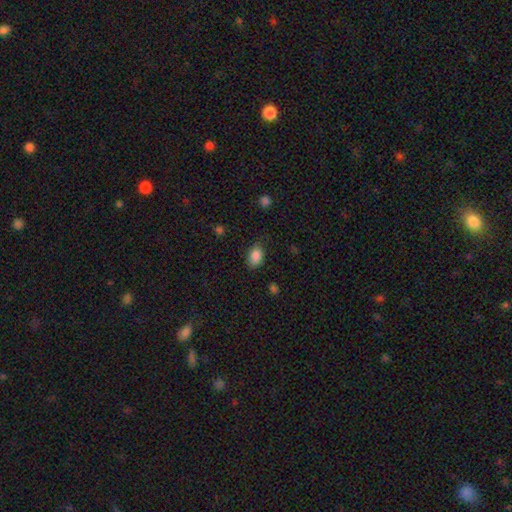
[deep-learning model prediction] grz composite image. It shows a smooth galaxy with no disk features (87%) that is in between round and cigar-shaped (87%). Merging: none (74%).